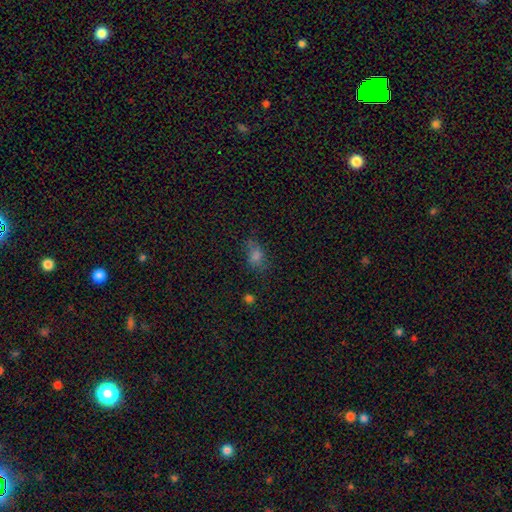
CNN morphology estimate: Smooth or featured?
  - smooth: 67% *
  - star or artifact: 21%
  - featured or disk: 12%
How rounded?
  - in between: 69% *
  - round: 27%
  - cigar-shaped: 4%
Merging?
  - none: 60% *
  - minor disturbance: 25%
  - major disturbance: 11%
  - merger: 3%